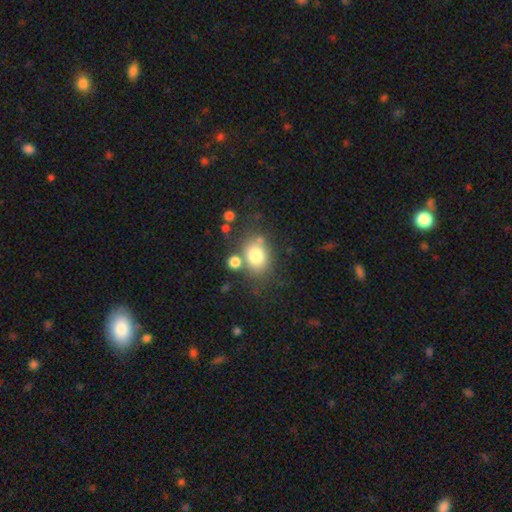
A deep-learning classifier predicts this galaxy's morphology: This appears to be a smooth galaxy with no disk features (76%) that is in between round and cigar-shaped (57%). Merging: none (62%).